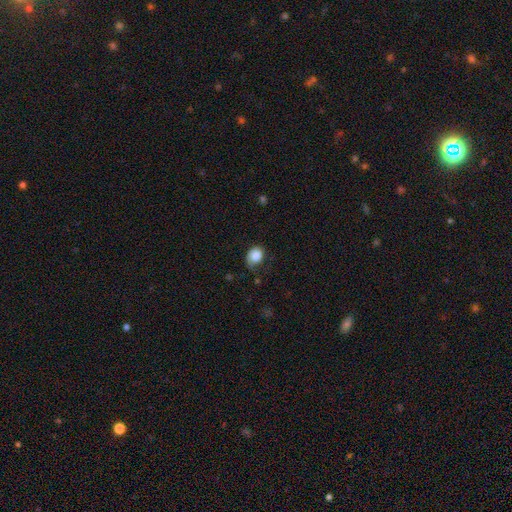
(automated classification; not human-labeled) Smooth or featured: smooth — 82% (featured or disk — 10%)
How rounded: in between — 60% (round — 40%)
Merging: none — 55% (minor disturbance — 32%)